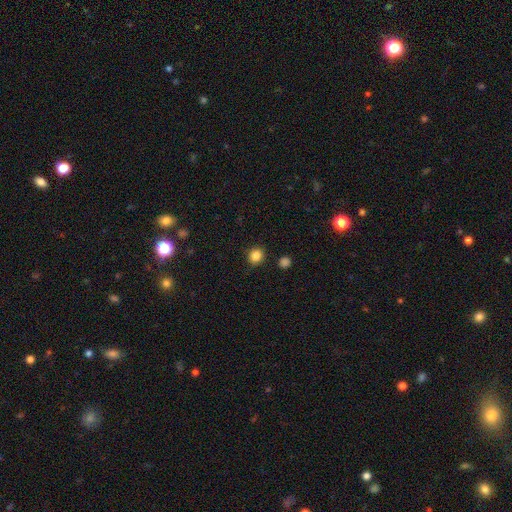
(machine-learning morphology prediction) Smooth or featured: smooth — 85% (star or artifact — 11%)
How rounded: round — 84% (in between — 15%)
Merging: none — 88% (minor disturbance — 7%)